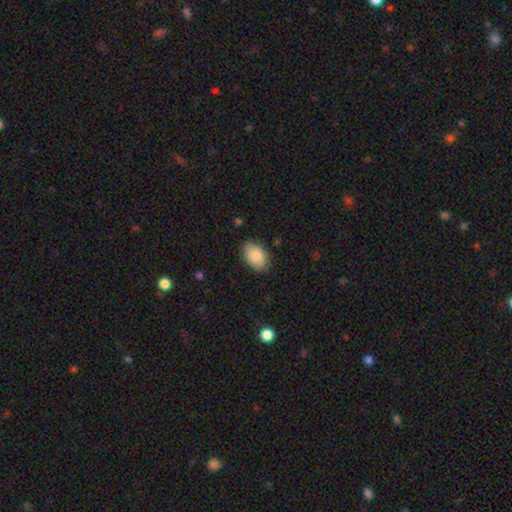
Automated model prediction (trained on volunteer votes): smooth_or_featured: smooth (p=0.86) [alt: featured or disk p=0.07]
how_rounded: in between (p=0.89) [alt: round p=0.10]
merging: none (p=0.82) [alt: minor disturbance p=0.14]